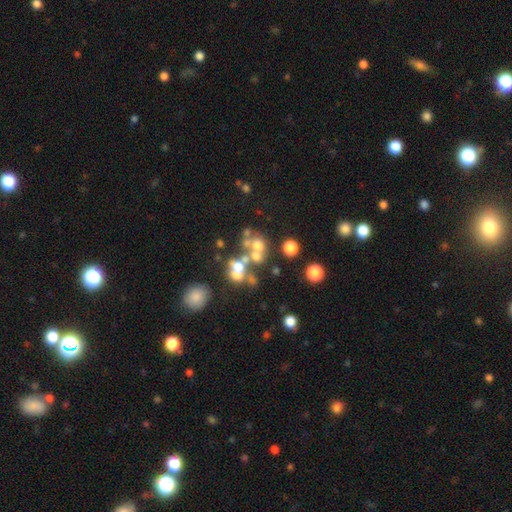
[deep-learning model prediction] A smooth galaxy with no disk features (45%). Merging: merger (51%).